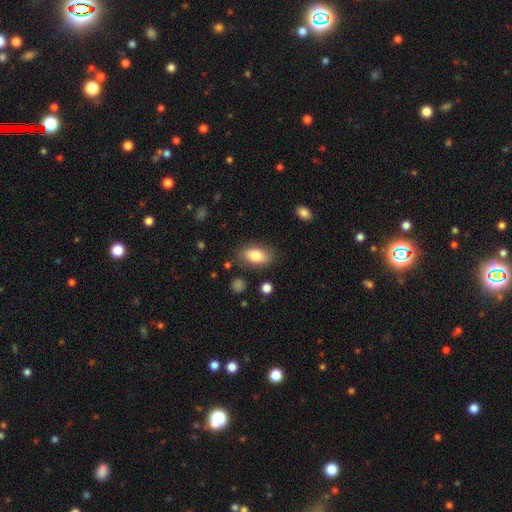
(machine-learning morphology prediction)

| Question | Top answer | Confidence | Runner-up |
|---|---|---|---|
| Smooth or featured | smooth | 80% | featured or disk (13%) |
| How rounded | in between | 89% | round (6%) |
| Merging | none | 79% | minor disturbance (14%) |